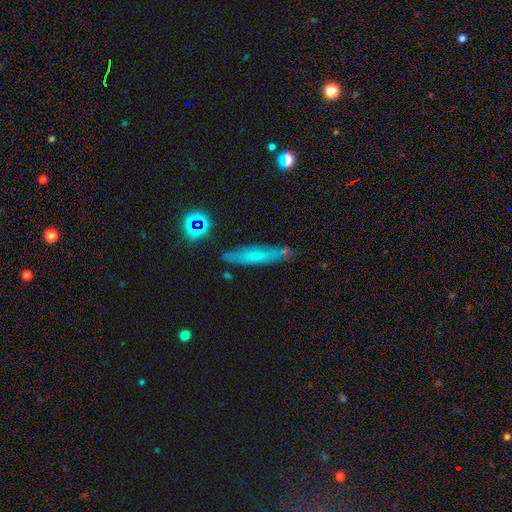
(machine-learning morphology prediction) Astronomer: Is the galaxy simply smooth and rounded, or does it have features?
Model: smooth — 56% (runner-up: featured or disk, 32%).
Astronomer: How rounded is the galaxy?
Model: cigar-shaped — 82%.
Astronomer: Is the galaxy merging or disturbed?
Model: none — 79%.